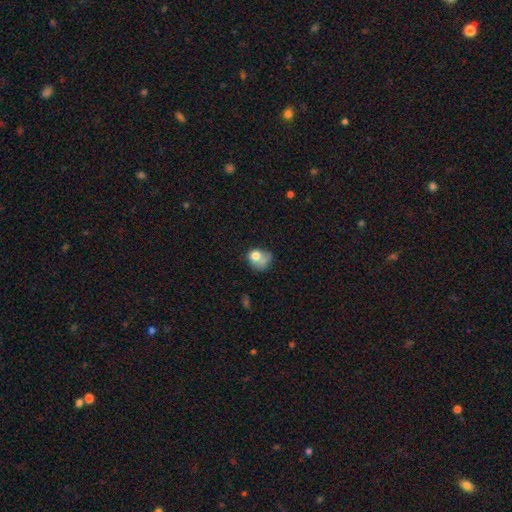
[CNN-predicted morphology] Smooth or featured: smooth — 71% (featured or disk — 19%)
How rounded: round — 56% (in between — 43%)
Merging: major disturbance — 31% (none — 27%)